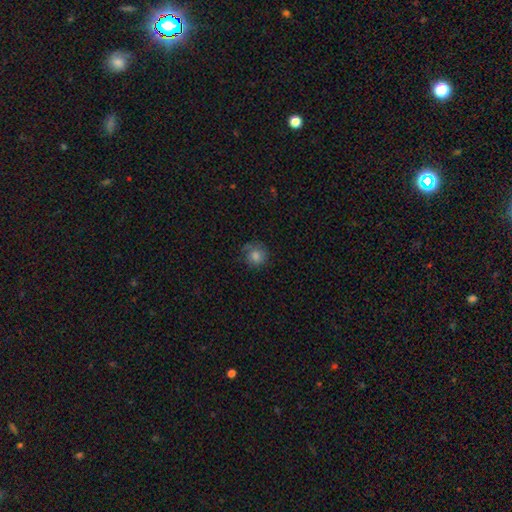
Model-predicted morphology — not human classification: The model was most divided on "merging": none: 68%, minor disturbance: 22%, major disturbance: 9%, merger: 1%. More confident: how rounded — round (86%); smooth or featured — smooth (75%).